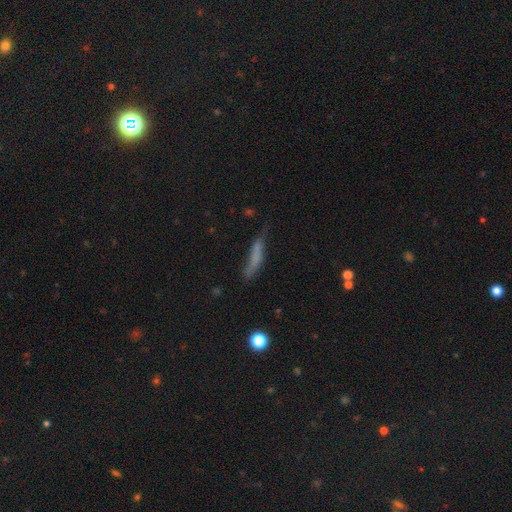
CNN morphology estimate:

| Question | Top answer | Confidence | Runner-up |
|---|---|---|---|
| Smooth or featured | smooth | 61% | featured or disk (28%) |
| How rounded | cigar-shaped | 84% | in between (14%) |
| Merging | none | 50% | minor disturbance (30%) |